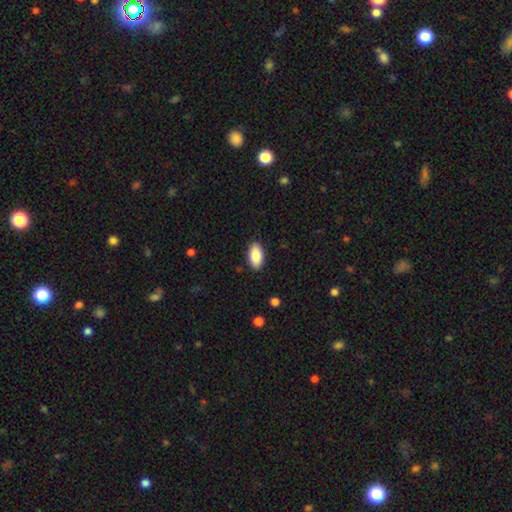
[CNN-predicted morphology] smooth 88%, star or artifact 6%, featured or disk 6%. Down the decision tree: how rounded — in between (94%); merging — none (88%).